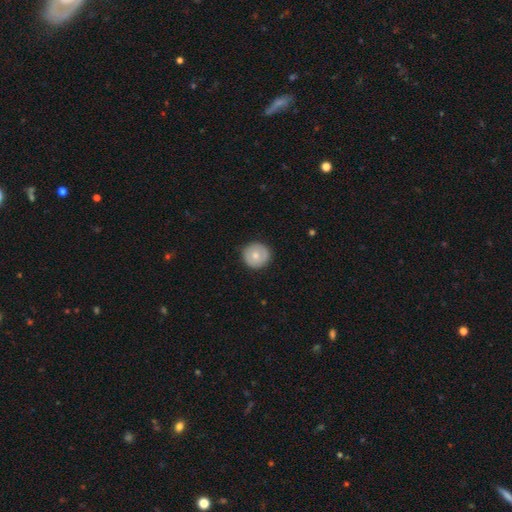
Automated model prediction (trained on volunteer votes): Smooth or featured?
  - smooth: 69% *
  - featured or disk: 25%
  - star or artifact: 6%
How rounded?
  - round: 94% *
  - in between: 5%
  - cigar-shaped: 1%
Merging?
  - none: 89% *
  - minor disturbance: 8%
  - major disturbance: 2%
  - merger: 1%